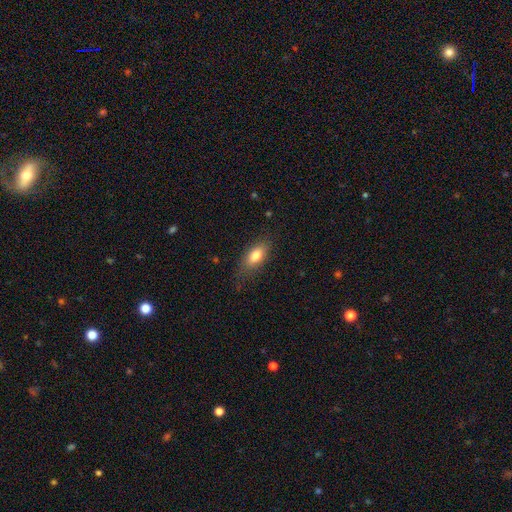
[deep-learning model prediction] Morphology: type=smooth (78%); roundness=in between (83%); merging=none (75%).